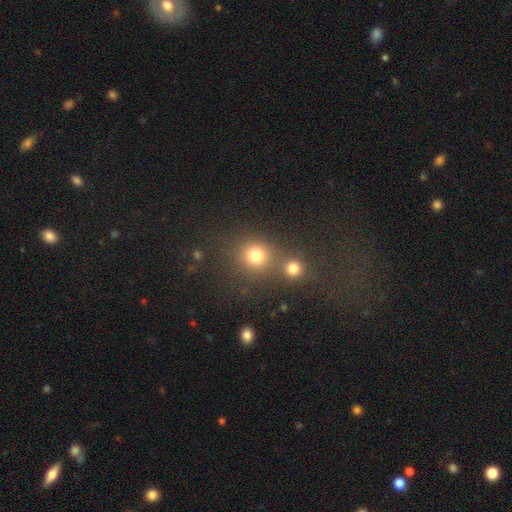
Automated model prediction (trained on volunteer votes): smooth 78%, star or artifact 16%, featured or disk 6%. Down the decision tree: how rounded — round (89%); merging — none (61%).